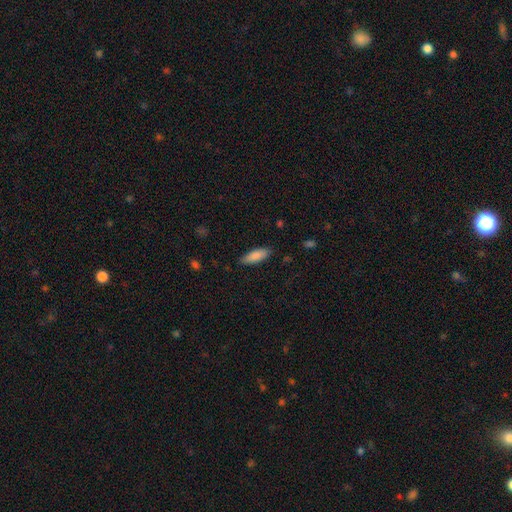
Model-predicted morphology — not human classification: The model was most divided on "how rounded": in between: 59%, cigar-shaped: 40%, round: 2%. More confident: smooth or featured — smooth (86%); merging — none (86%).